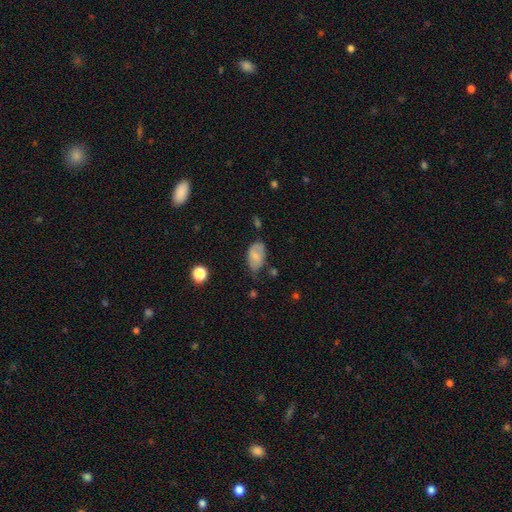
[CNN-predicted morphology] Smooth or featured: smooth — 70% (featured or disk — 22%)
How rounded: in between — 92% (round — 7%)
Merging: none — 55% (minor disturbance — 34%)